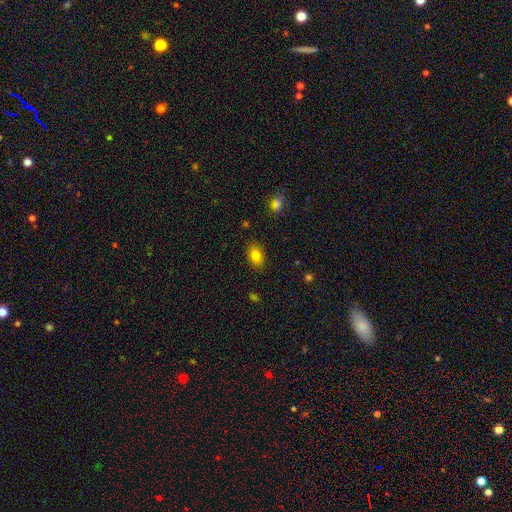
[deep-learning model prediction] This appears to be a smooth galaxy with no disk features (82%) that is in between round and cigar-shaped (86%). Merging: none (87%).